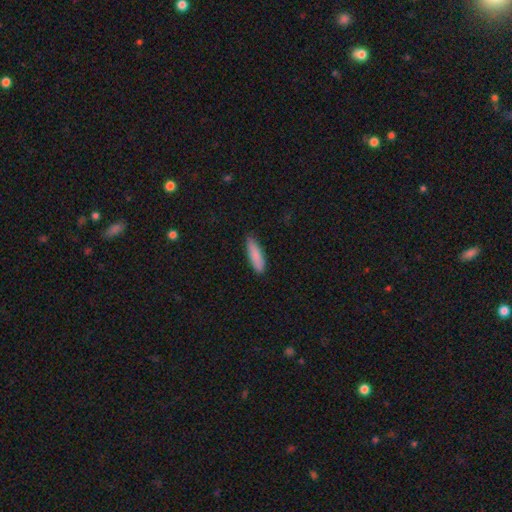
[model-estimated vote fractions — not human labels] smooth 86%, featured or disk 8%, star or artifact 6%. Down the decision tree: how rounded — cigar-shaped (64%); merging — none (81%).